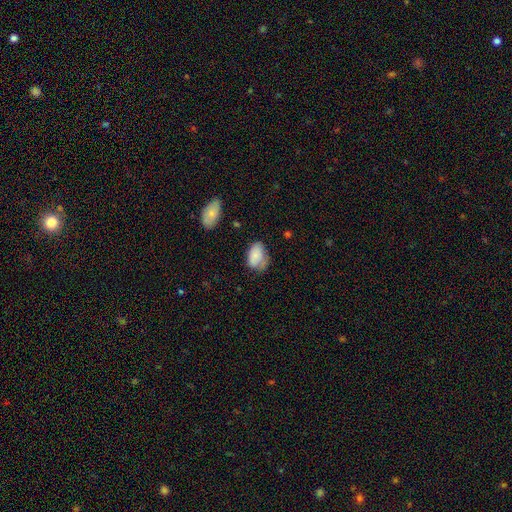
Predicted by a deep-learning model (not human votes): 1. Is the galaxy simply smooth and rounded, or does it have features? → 80% smooth, 13% featured or disk, 7% star or artifact.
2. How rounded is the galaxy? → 89% in between, 10% round, 1% cigar-shaped.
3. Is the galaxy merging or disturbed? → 45% none, 36% minor disturbance, 15% major disturbance, 3% merger.